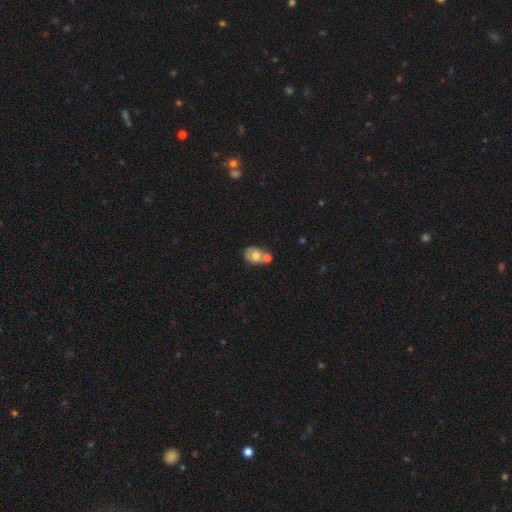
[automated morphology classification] Q: Smooth or featured?
A: smooth (62%); runner-up: featured or disk (29%)
Q: How rounded?
A: in between (62%); runner-up: round (37%)
Q: Merging?
A: merger (55%); runner-up: none (27%)